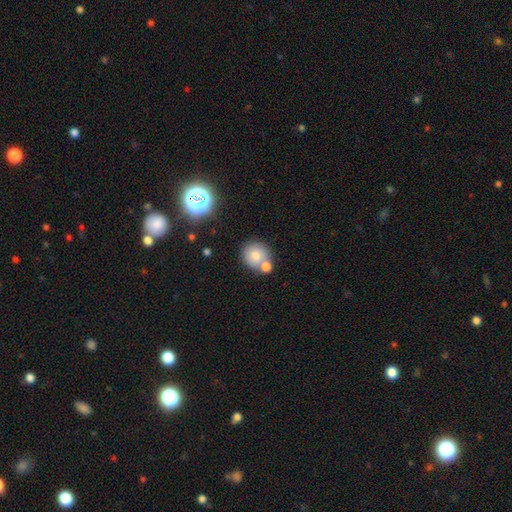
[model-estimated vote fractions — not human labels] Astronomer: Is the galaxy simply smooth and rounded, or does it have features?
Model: smooth — 77%.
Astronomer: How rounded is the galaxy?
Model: round — 89%.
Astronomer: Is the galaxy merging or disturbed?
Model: none — 57%.